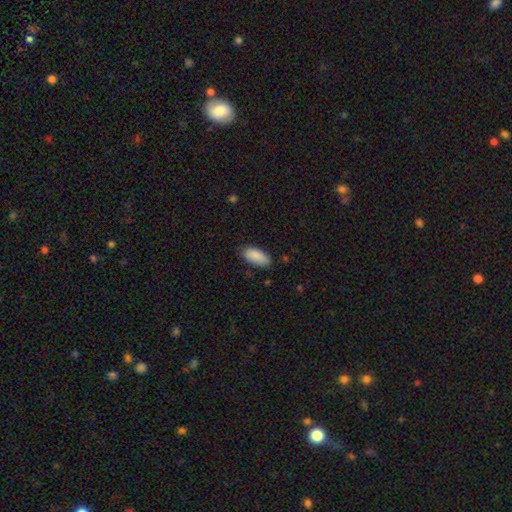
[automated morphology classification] Smooth or featured? Predicted: smooth (p=0.89). How rounded? Predicted: in between (p=0.89). Merging? Predicted: none (p=0.79).